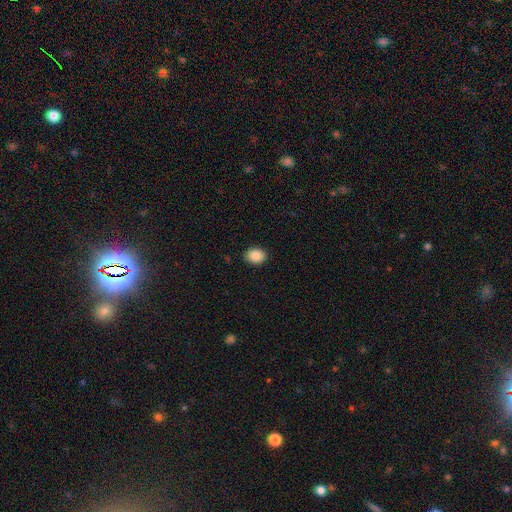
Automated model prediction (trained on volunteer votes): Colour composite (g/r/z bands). It shows a smooth galaxy with no disk features (88%) that is in between round and cigar-shaped (61%). Merging: none (89%).